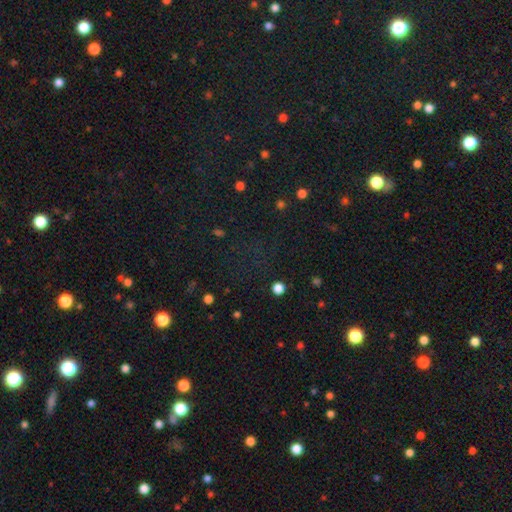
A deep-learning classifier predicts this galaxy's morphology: The model was most divided on "smooth or featured": star or artifact: 67%, smooth: 25%, featured or disk: 9%.